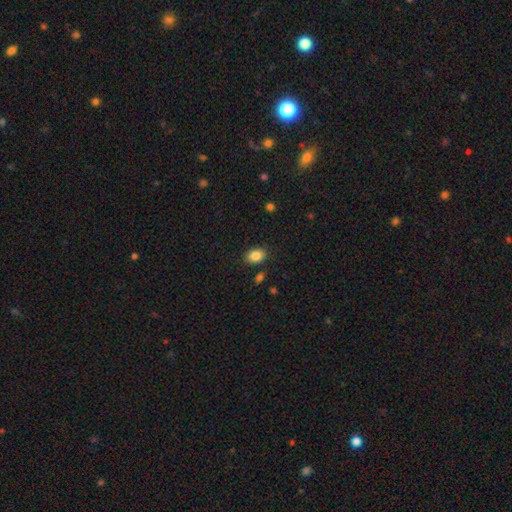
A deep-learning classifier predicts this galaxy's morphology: smooth 86%, star or artifact 9%, featured or disk 6%. Down the decision tree: how rounded — in between (71%); merging — none (84%).